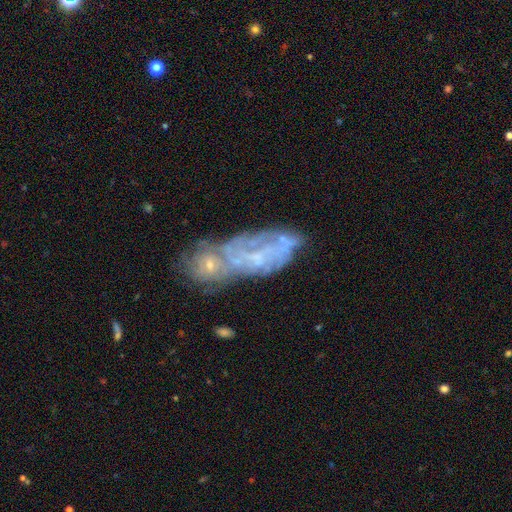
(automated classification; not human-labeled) Smooth or featured? featured or disk (66%)
Edge-on disk? no (88%)
Bar? no (66%)
Spiral arms? yes (54%)
Bulge size? small (62%)
Merging? merger (42%)